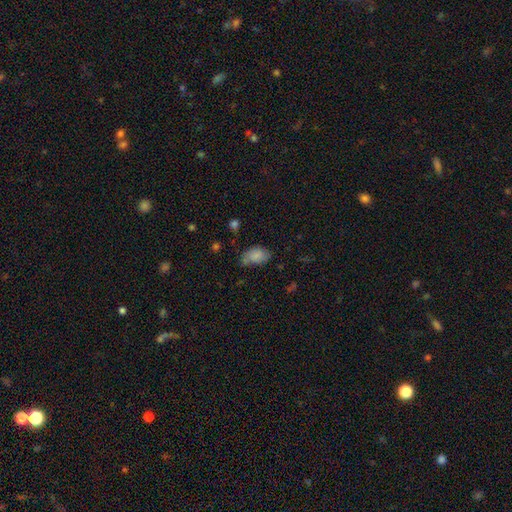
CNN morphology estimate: Smooth or featured?
  - smooth: 80% *
  - star or artifact: 10%
  - featured or disk: 10%
How rounded?
  - in between: 87% *
  - round: 12%
  - cigar-shaped: 1%
Merging?
  - none: 49% *
  - minor disturbance: 32%
  - merger: 10%
  - major disturbance: 10%